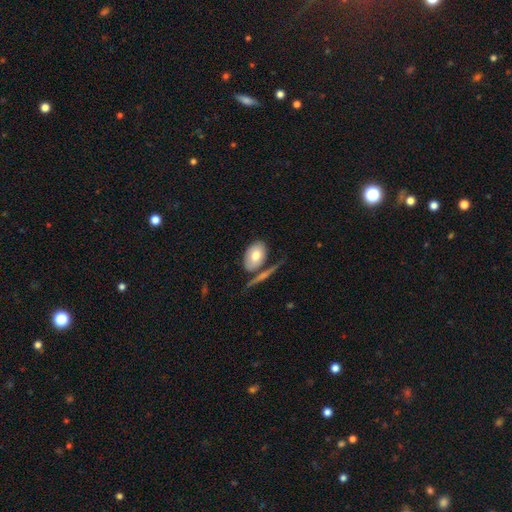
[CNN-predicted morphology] Smooth or featured? smooth (70%)
How rounded? in between (87%)
Merging? none (57%)